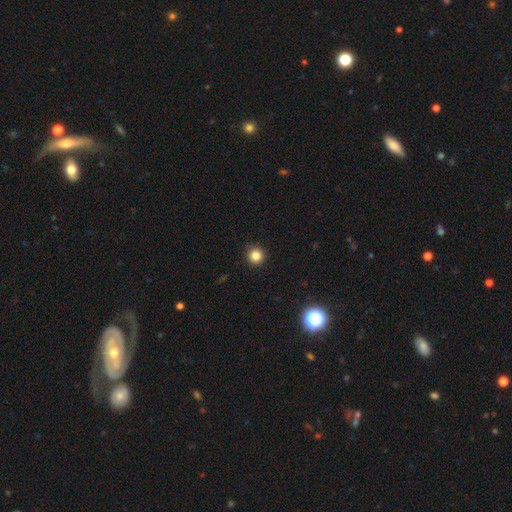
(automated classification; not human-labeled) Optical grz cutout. It shows a smooth galaxy with no disk features (84%) that is round (95%). Merging: none (90%).